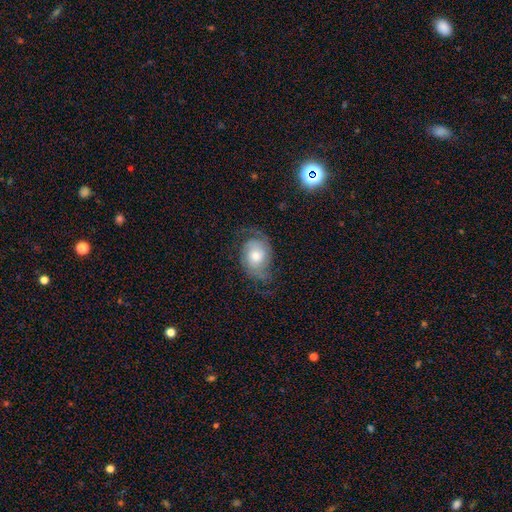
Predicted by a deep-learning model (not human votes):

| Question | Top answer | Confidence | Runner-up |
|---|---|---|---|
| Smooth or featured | featured or disk | 73% | smooth (20%) |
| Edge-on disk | no | 97% | yes (3%) |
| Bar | no | 73% | weak (23%) |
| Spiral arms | yes | 93% | no (7%) |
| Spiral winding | medium | 42% | loose (30%) |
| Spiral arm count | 2 | 76% | can't tell (10%) |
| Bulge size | moderate | 61% | small (22%) |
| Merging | none | 62% | minor disturbance (20%) |